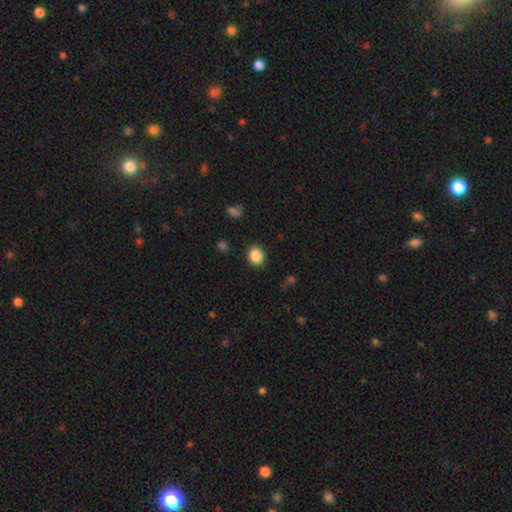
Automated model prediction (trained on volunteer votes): This is clearly a smooth galaxy (87%). How rounded: likely round (68%). Merging: clearly none (88%).